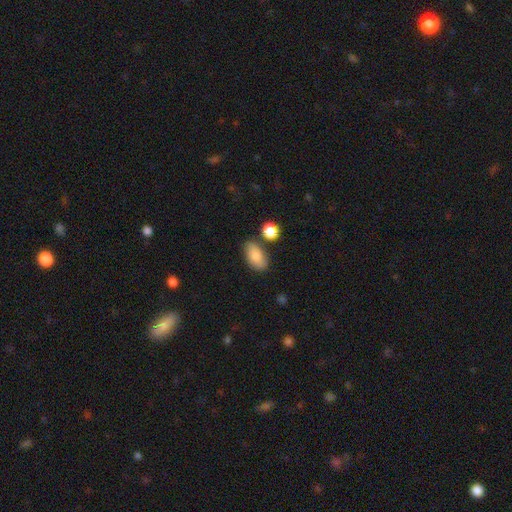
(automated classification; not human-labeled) smooth 81%, featured or disk 11%, star or artifact 8%. Down the decision tree: how rounded — in between (91%); merging — none (72%).